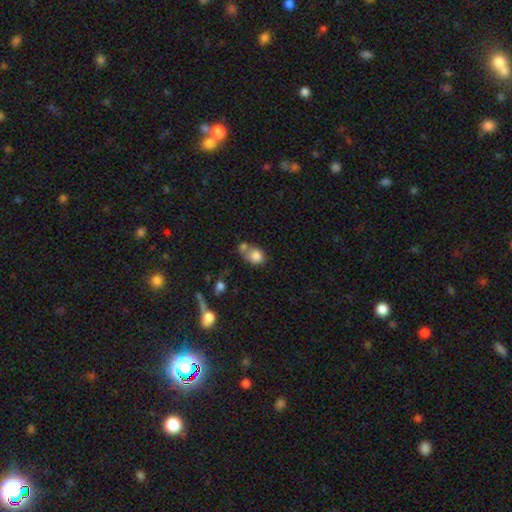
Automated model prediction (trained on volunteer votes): smooth 80%, featured or disk 10%, star or artifact 9%. Down the decision tree: how rounded — round (50%); merging — merger (45%).